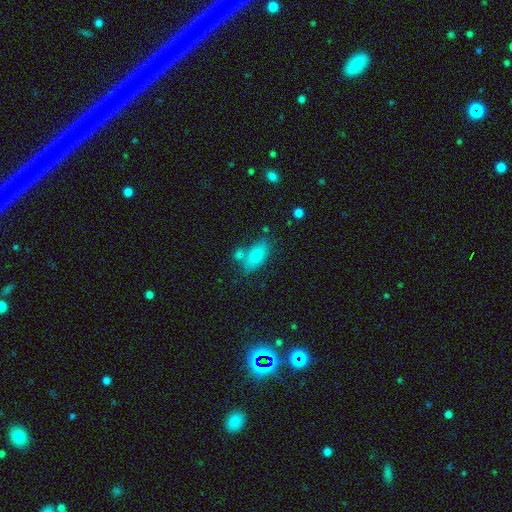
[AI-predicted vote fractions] Smooth or featured?
  - smooth: 83% *
  - featured or disk: 10%
  - star or artifact: 7%
How rounded?
  - in between: 87% *
  - cigar-shaped: 9%
  - round: 4%
Merging?
  - none: 58% *
  - merger: 19%
  - minor disturbance: 17%
  - major disturbance: 6%